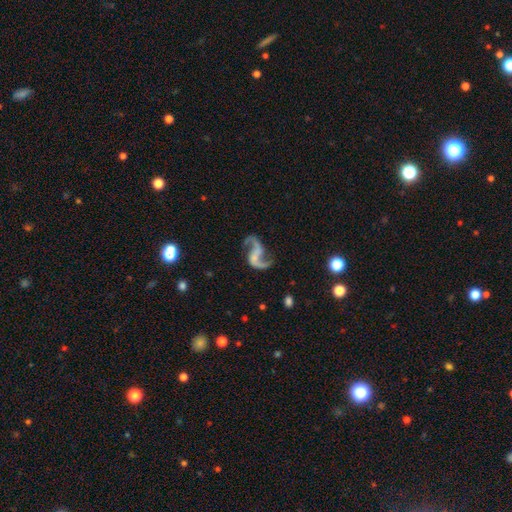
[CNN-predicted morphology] Smooth or featured: featured or disk — 91% (star or artifact — 5%)
Edge-on disk: no — 98% (yes — 2%)
Bar: no — 44% (weak — 36%)
Spiral arms: yes — 97% (no — 3%)
Spiral winding: loose — 77% (medium — 20%)
Spiral arm count: 2 — 94% (1 — 2%)
Bulge size: none — 48% (small — 38%)
Merging: none — 70% (minor disturbance — 15%)